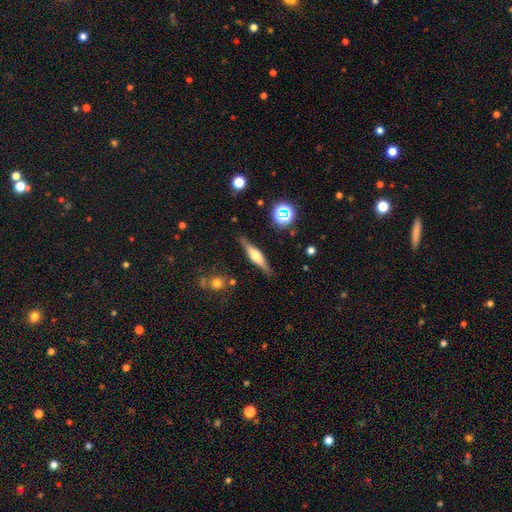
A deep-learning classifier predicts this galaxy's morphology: Q: Smooth or featured?
A: featured or disk (60%); runner-up: smooth (33%)
Q: Edge-on disk?
A: yes (95%); runner-up: no (5%)
Q: Edge-on bulge?
A: rounded (84%); runner-up: boxy (12%)
Q: Merging?
A: none (85%); runner-up: minor disturbance (11%)